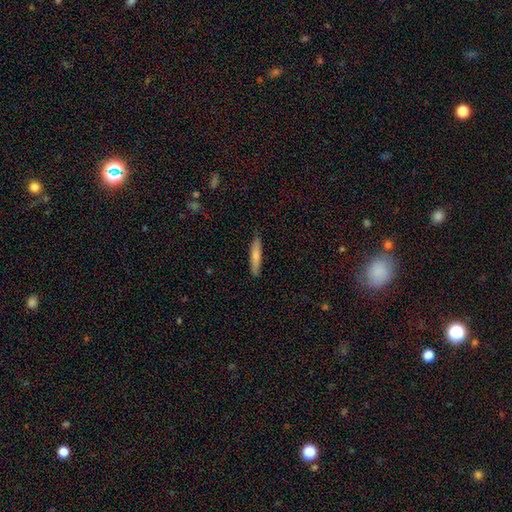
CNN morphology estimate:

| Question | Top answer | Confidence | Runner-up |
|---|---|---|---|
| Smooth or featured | smooth | 74% | featured or disk (21%) |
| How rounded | cigar-shaped | 91% | in between (8%) |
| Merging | none | 86% | minor disturbance (11%) |